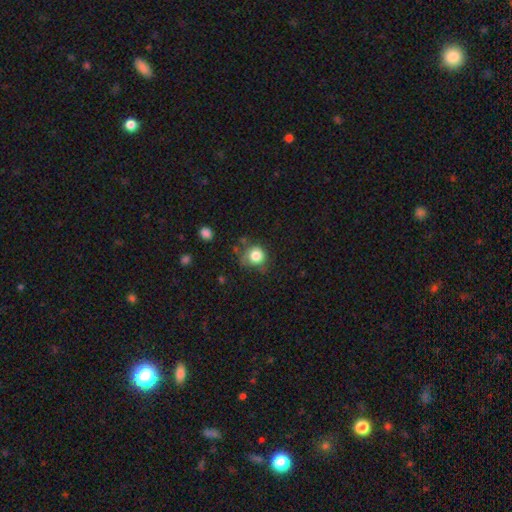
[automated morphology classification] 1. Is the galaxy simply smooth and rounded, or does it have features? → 82% smooth, 10% star or artifact, 7% featured or disk.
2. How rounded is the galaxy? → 87% round, 12% in between, 1% cigar-shaped.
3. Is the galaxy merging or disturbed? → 63% none, 24% minor disturbance, 8% major disturbance, 5% merger.